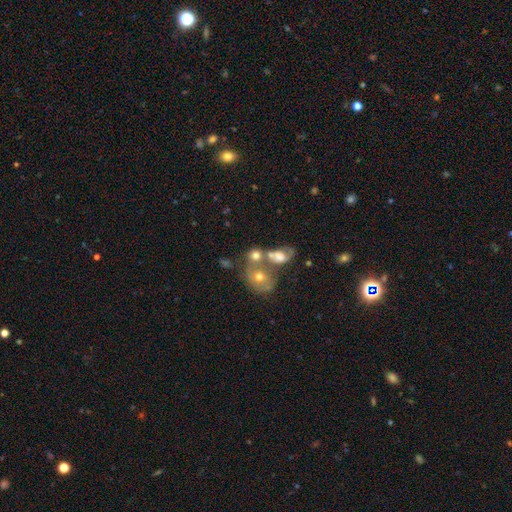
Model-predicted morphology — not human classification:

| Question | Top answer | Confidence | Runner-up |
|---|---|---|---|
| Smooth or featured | smooth | 63% | featured or disk (23%) |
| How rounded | round | 60% | in between (38%) |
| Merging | merger | 53% | none (27%) |